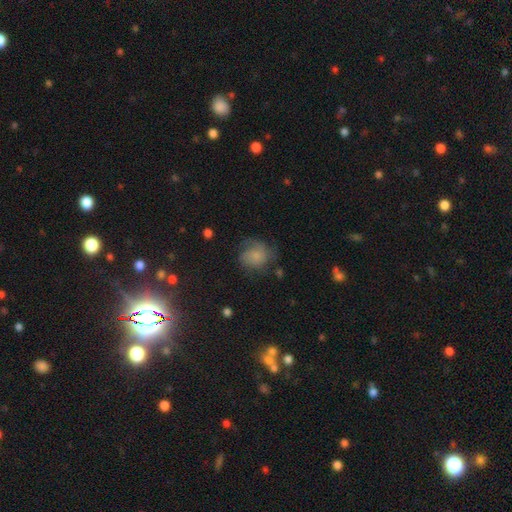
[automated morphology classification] smooth_or_featured: smooth (p=0.55) [alt: featured or disk p=0.36]
how_rounded: round (p=0.70) [alt: in between p=0.29]
merging: none (p=0.51) [alt: minor disturbance p=0.26]